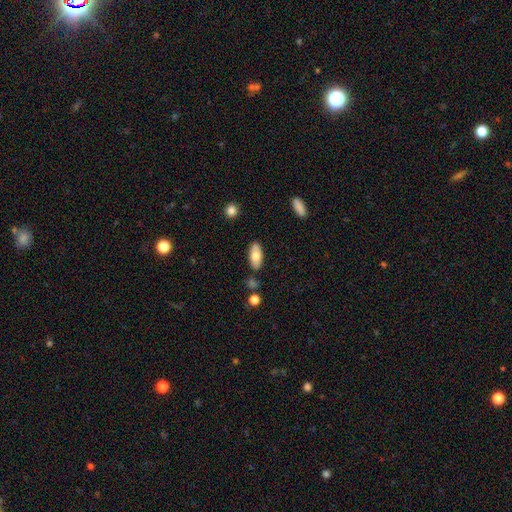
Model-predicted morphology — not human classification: This appears to be a smooth galaxy with no disk features (75%) that is in between round and cigar-shaped (86%). Merging: none (84%).